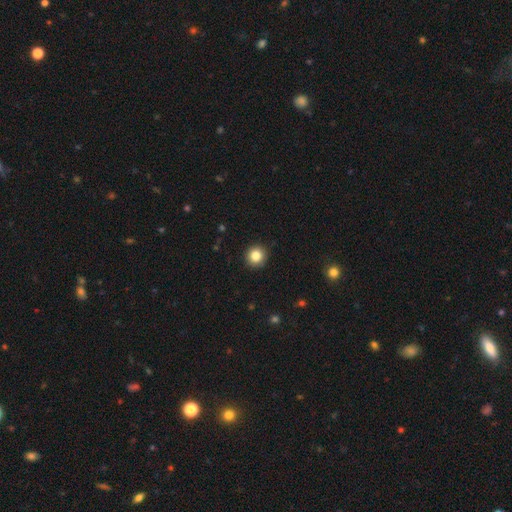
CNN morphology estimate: Smooth or featured: smooth — 84% (star or artifact — 10%)
How rounded: round — 93% (in between — 6%)
Merging: none — 93% (minor disturbance — 5%)